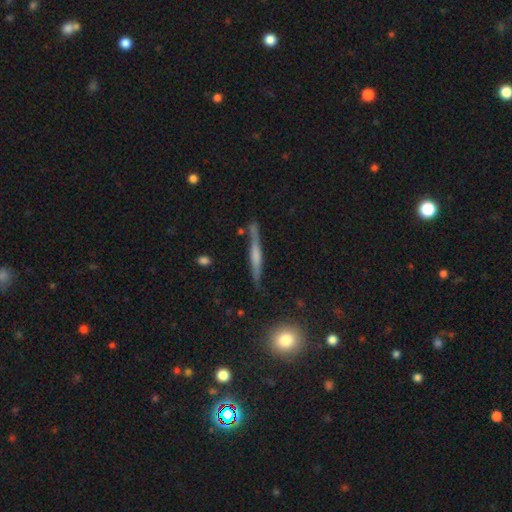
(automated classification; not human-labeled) featured or disk 60%, smooth 32%, star or artifact 8%. Down the decision tree: edge-on disk — yes (96%); edge-on bulge — rounded (43%); merging — none (81%).